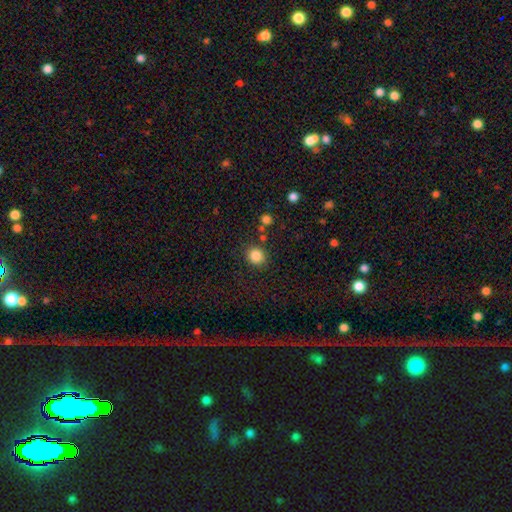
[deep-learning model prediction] Smooth or featured: smooth — 84% (star or artifact — 11%)
How rounded: round — 82% (in between — 17%)
Merging: none — 84% (minor disturbance — 9%)